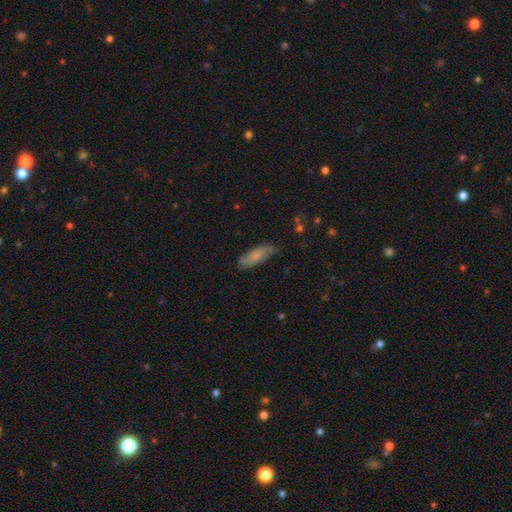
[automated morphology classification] type=smooth (67%); roundness=in between (51%); merging=none (81%).